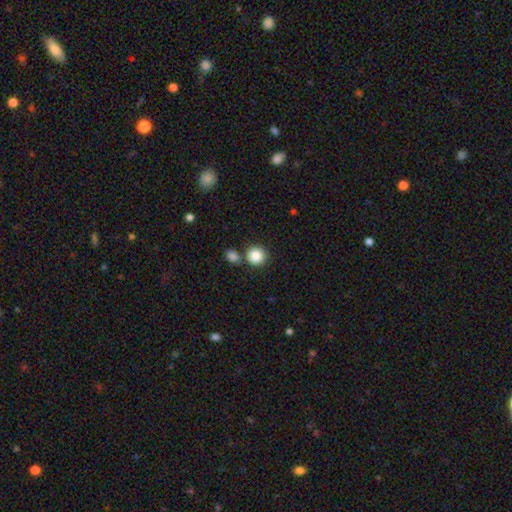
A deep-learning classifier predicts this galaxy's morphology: smooth_or_featured: smooth (p=0.87) [alt: star or artifact p=0.09]
how_rounded: round (p=0.91) [alt: in between p=0.08]
merging: none (p=0.73) [alt: merger p=0.16]